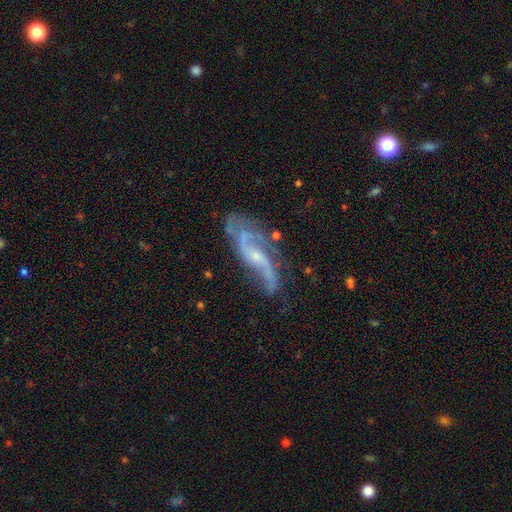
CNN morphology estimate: Smooth or featured: featured or disk — 80% (smooth — 10%)
Edge-on disk: no — 84% (yes — 16%)
Bar: no — 43% (weak — 42%)
Spiral arms: yes — 93% (no — 7%)
Spiral winding: loose — 56% (medium — 32%)
Spiral arm count: 2 — 70% (can't tell — 12%)
Bulge size: small — 59% (moderate — 29%)
Merging: none — 65% (minor disturbance — 20%)